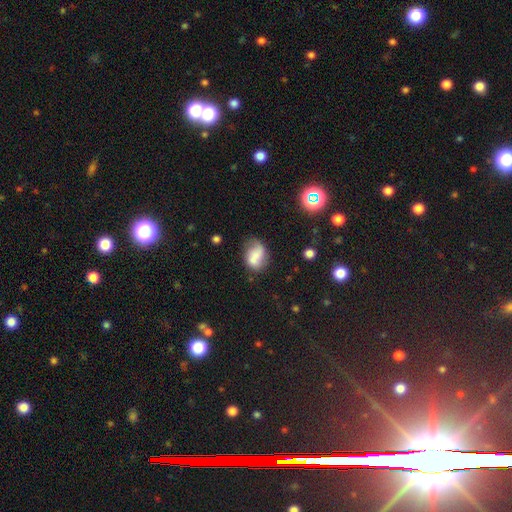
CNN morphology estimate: smooth 61%, featured or disk 29%, star or artifact 10%. Down the decision tree: how rounded — in between (66%); merging — none (42%).